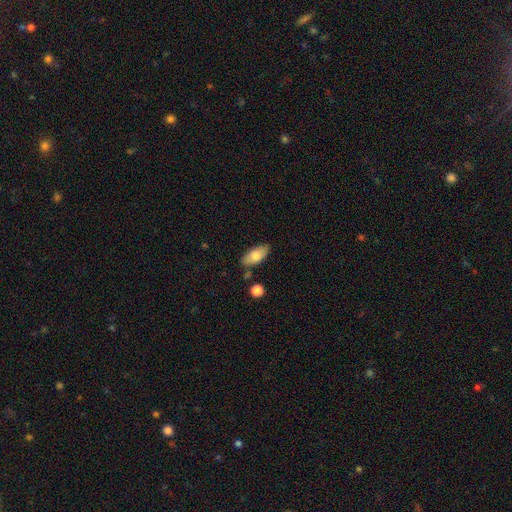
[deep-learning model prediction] A smooth galaxy with no disk features (76%) that is in between round and cigar-shaped (89%). Merging: none (80%).